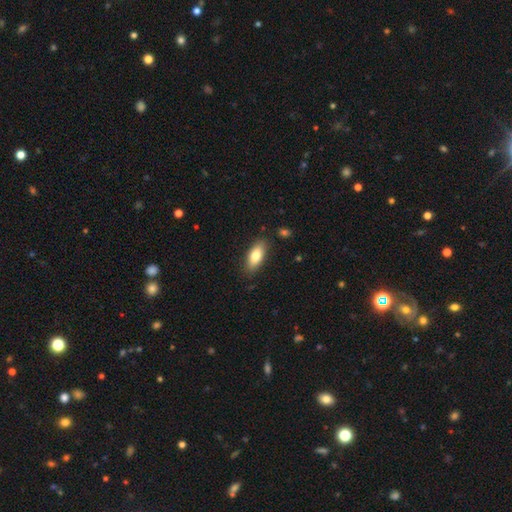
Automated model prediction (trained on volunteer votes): smooth 79%, featured or disk 14%, star or artifact 6%. Down the decision tree: how rounded — in between (83%); merging — none (85%).